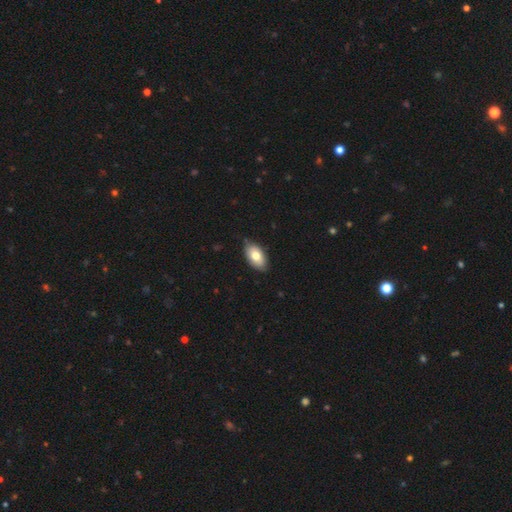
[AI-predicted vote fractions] Smooth or featured?
  - smooth: 76% *
  - featured or disk: 18%
  - star or artifact: 6%
How rounded?
  - in between: 94% *
  - round: 4%
  - cigar-shaped: 2%
Merging?
  - none: 79% *
  - minor disturbance: 18%
  - major disturbance: 2%
  - merger: 1%